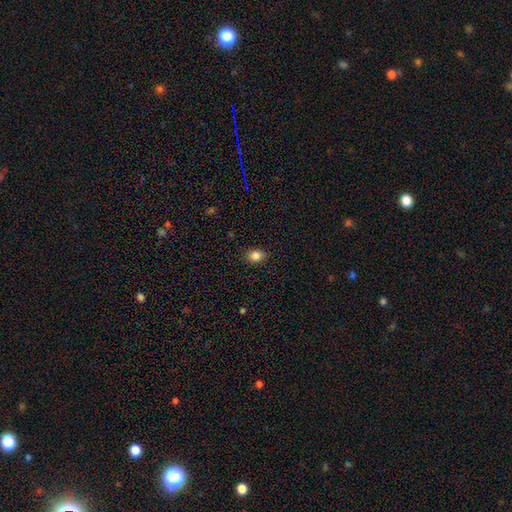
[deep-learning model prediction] A smooth galaxy with no disk features (85%) that is round (52%). Merging: none (87%).